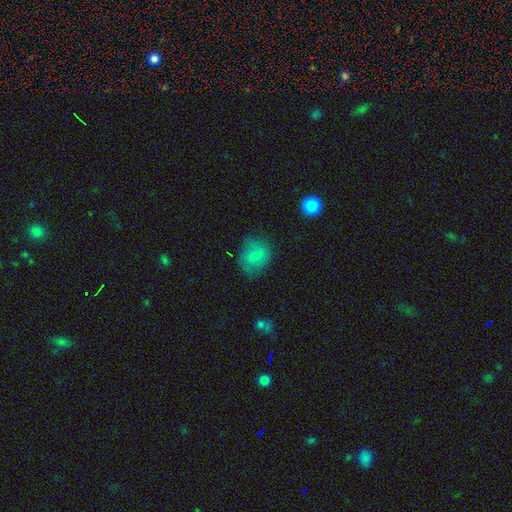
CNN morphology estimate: This appears to be a smooth galaxy with no disk features (76%) that is round (60%). Merging: none (71%).